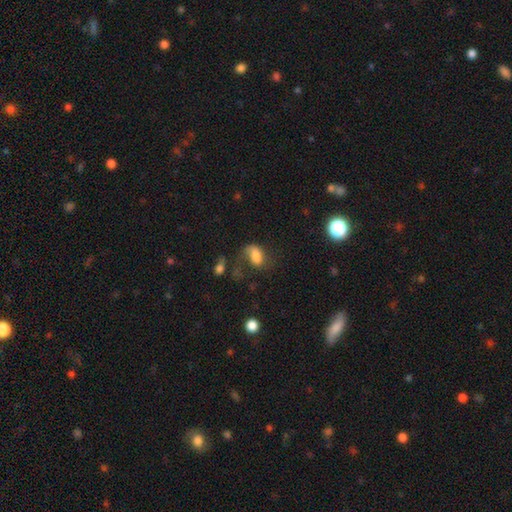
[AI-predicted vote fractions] Smooth or featured? smooth (70%)
How rounded? in between (87%)
Merging? none (35%, tied with major disturbance)